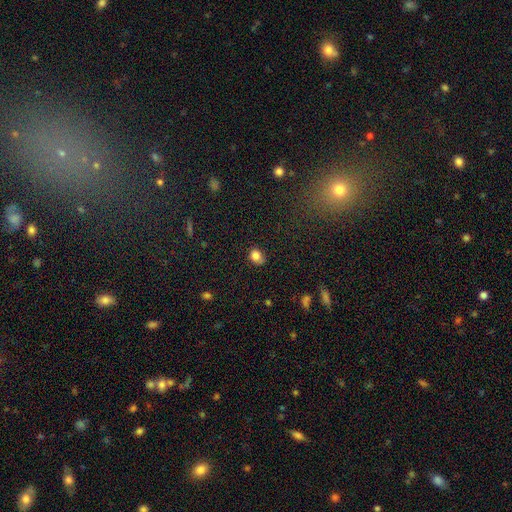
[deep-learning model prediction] This appears to be a smooth galaxy with no disk features (82%) that is round (50%). Merging: none (67%).